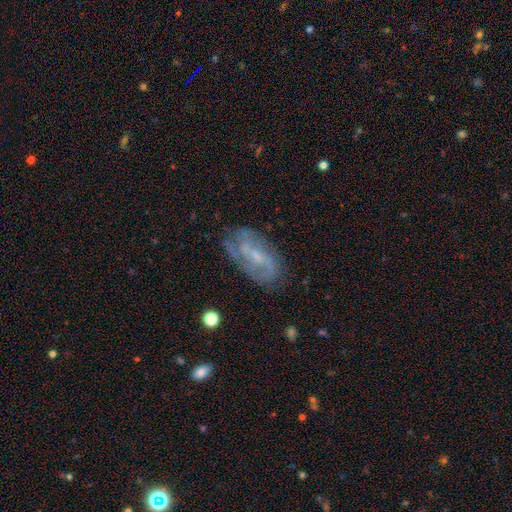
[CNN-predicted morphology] The model was most divided on "spiral winding": medium: 40%, tight: 32%, loose: 27%. Remaining: edge-on disk — no (93%); spiral arms — yes (85%); smooth or featured — featured or disk (72%); merging — none (68%); bulge size — small (61%); bar — weak (48%); spiral arm count — 2 (45%).